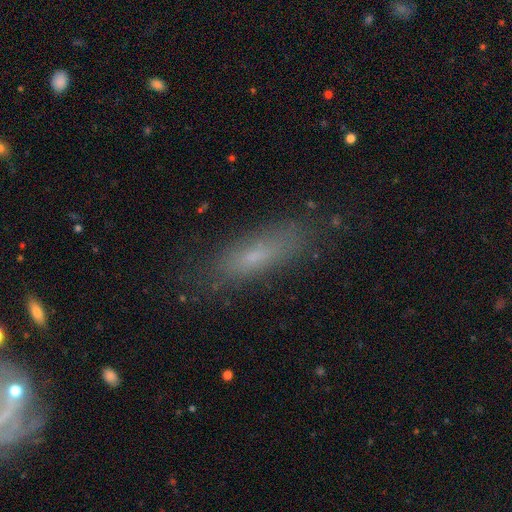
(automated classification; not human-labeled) Smooth or featured: smooth — 64% (featured or disk — 26%)
How rounded: cigar-shaped — 58% (in between — 39%)
Merging: none — 80% (minor disturbance — 14%)